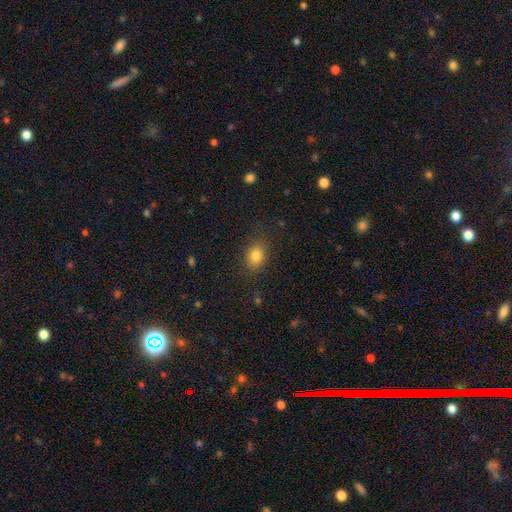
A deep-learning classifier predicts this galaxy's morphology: The model was most divided on "how rounded": in between: 62%, round: 37%, cigar-shaped: 1%. More confident: smooth or featured — smooth (82%); merging — none (82%).